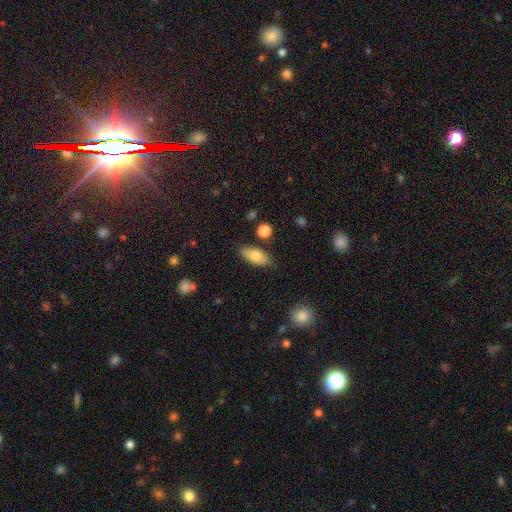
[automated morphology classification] Smooth or featured?
  - smooth: 75% *
  - featured or disk: 18%
  - star or artifact: 7%
How rounded?
  - in between: 86% *
  - cigar-shaped: 10%
  - round: 4%
Merging?
  - none: 82% *
  - minor disturbance: 12%
  - merger: 3%
  - major disturbance: 3%